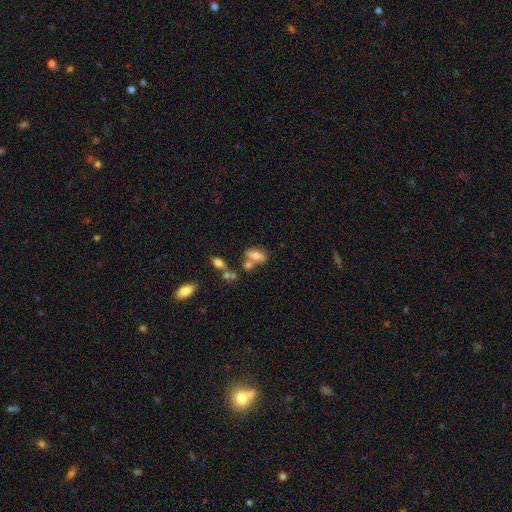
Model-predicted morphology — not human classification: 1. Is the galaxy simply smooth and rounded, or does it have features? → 67% smooth, 22% featured or disk, 10% star or artifact.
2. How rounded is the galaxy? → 79% in between, 13% cigar-shaped, 8% round.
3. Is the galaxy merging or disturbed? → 51% none, 27% merger, 15% minor disturbance, 6% major disturbance.